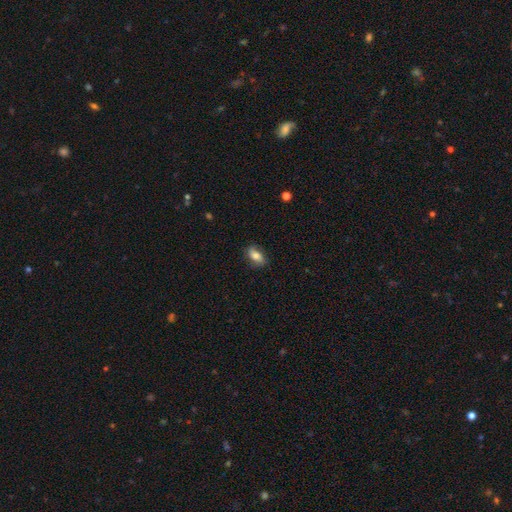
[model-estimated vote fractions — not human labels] The model was most divided on "smooth or featured": smooth: 73%, featured or disk: 19%, star or artifact: 8%. More confident: how rounded — in between (87%); merging — none (79%).